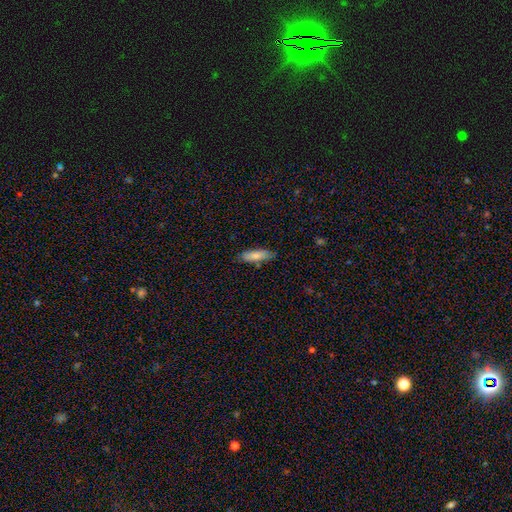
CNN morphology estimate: Q: Smooth or featured?
A: smooth (81%); runner-up: featured or disk (13%)
Q: How rounded?
A: in between (52%); runner-up: cigar-shaped (46%)
Q: Merging?
A: none (81%); runner-up: minor disturbance (14%)